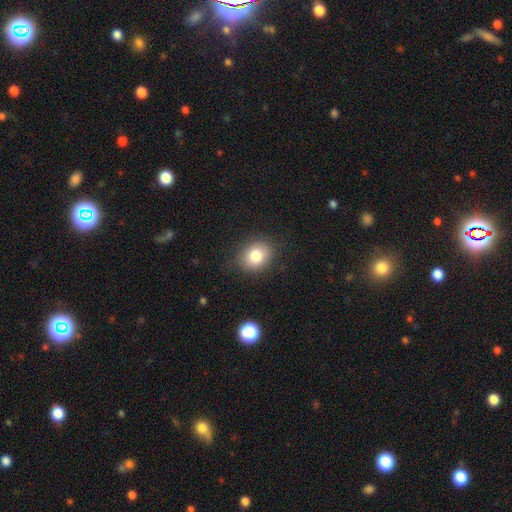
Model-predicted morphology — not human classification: The model was most divided on "how rounded": round: 55%, in between: 44%, cigar-shaped: 1%. More confident: merging — none (84%); smooth or featured — smooth (80%).